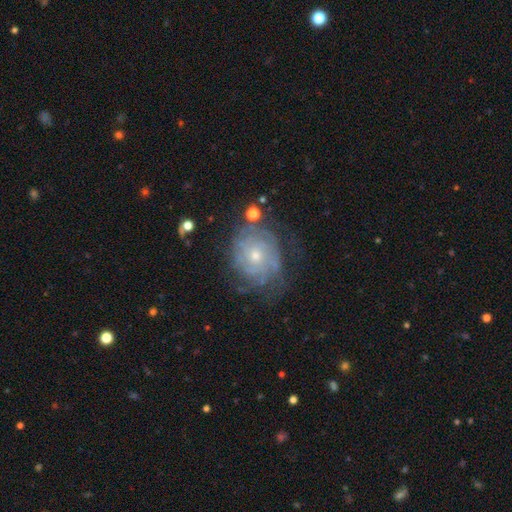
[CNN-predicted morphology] smooth-or-featured: featured or disk: 80% | smooth: 12% | star or artifact: 8%
  disk-edge-on: no: 97% | yes: 3%
    bar: no: 80% | weak: 17% | strong: 3%
    has-spiral-arms: yes: 92% | no: 8%
      spiral-winding: tight: 74% | medium: 20% | loose: 6%
      spiral-arm-count: can't tell: 48% | 4: 15% | 3: 12% | 2: 10% | more than 4: 9% | 1: 6%
    bulge-size: small: 67% | moderate: 30% | large: 1% | none: 1% | dominant: 1%
  merging: none: 65% | minor disturbance: 20% | major disturbance: 12% | merger: 3%